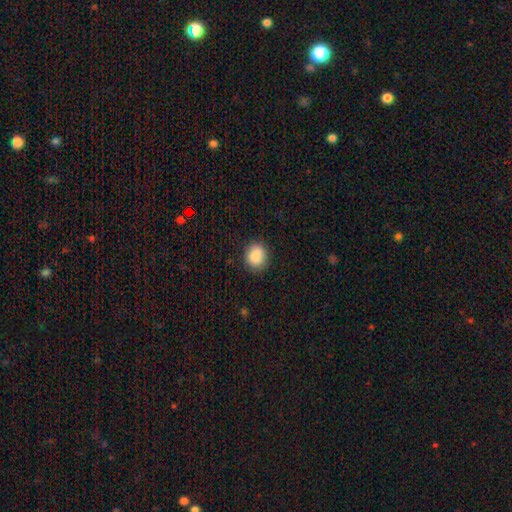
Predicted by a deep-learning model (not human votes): Smooth or featured: smooth — 88% (star or artifact — 8%)
How rounded: round — 70% (in between — 29%)
Merging: none — 87% (minor disturbance — 9%)